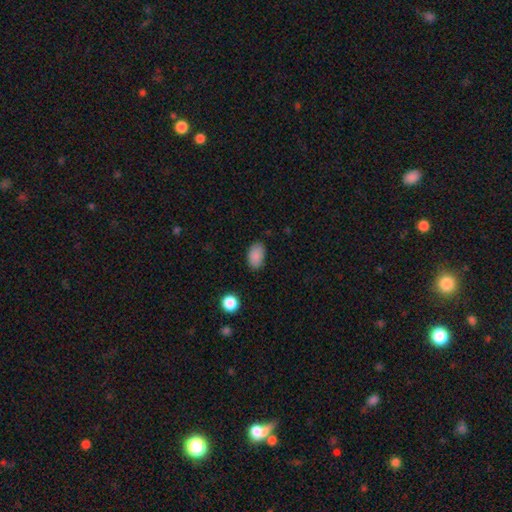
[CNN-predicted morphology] This appears to be a smooth galaxy with no disk features (88%) that is in between round and cigar-shaped (91%). Merging: none (83%).